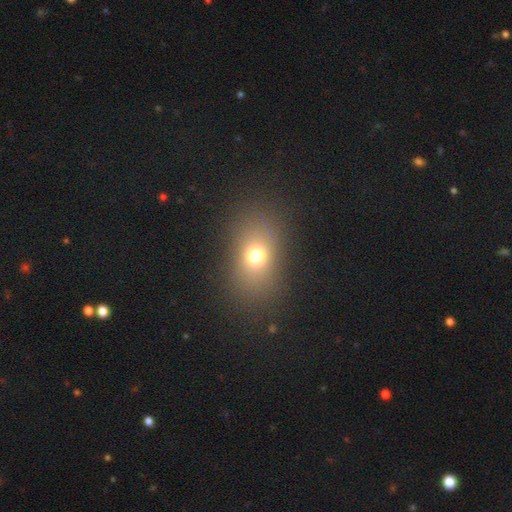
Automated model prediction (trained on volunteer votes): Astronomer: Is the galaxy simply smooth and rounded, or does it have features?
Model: smooth — 70%.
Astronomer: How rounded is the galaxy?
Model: in between — 67%.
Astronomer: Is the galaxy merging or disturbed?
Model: none — 83%.